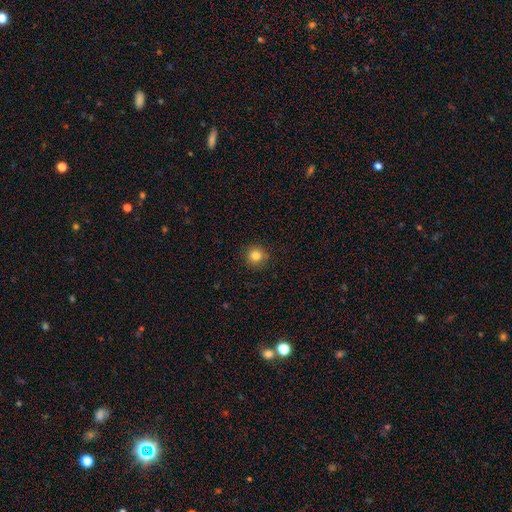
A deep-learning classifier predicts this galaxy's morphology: smooth-or-featured: smooth: 83% | star or artifact: 12% | featured or disk: 6%
  how-rounded: round: 94% | in between: 5% | cigar-shaped: 1%
  merging: none: 90% | minor disturbance: 7% | major disturbance: 2% | merger: 1%